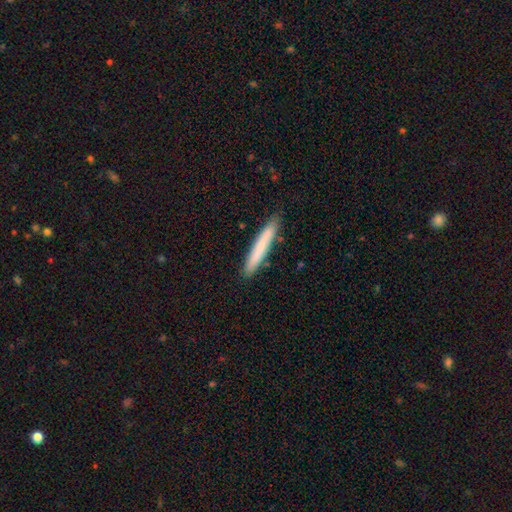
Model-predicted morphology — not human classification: type=smooth (75%); roundness=cigar-shaped (93%); merging=none (86%).